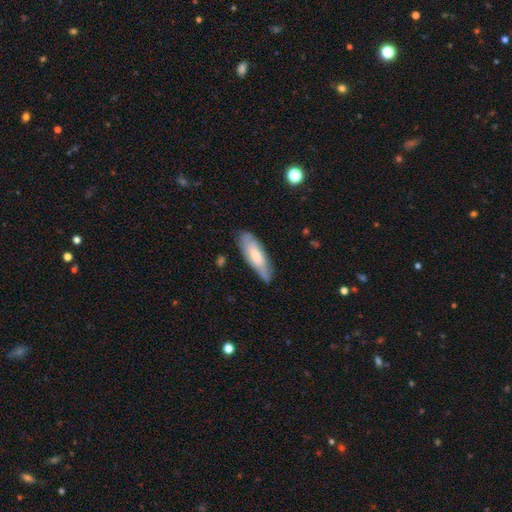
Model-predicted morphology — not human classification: Q: Smooth or featured?
A: smooth (69%); runner-up: featured or disk (25%)
Q: How rounded?
A: in between (56%); runner-up: cigar-shaped (43%)
Q: Merging?
A: none (73%); runner-up: minor disturbance (22%)